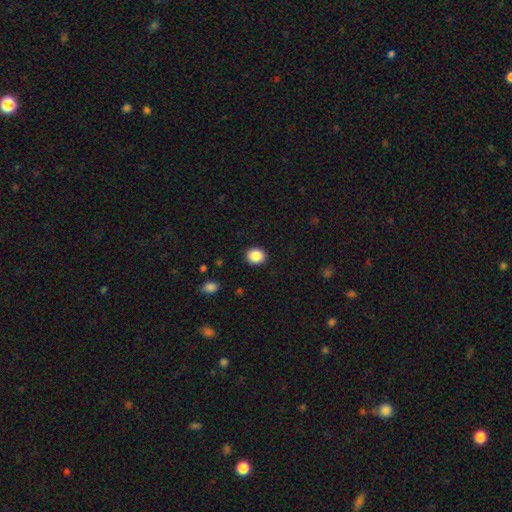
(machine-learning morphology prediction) A smooth galaxy with no disk features (88%) that is round (70%).

Vote fractions:
- Smooth or featured? smooth: 88% / star or artifact: 9% / featured or disk: 4%
- How rounded? round: 70% / in between: 29% / cigar-shaped: 1%
- Merging? none: 91% / minor disturbance: 6% / major disturbance: 2% / merger: 1%